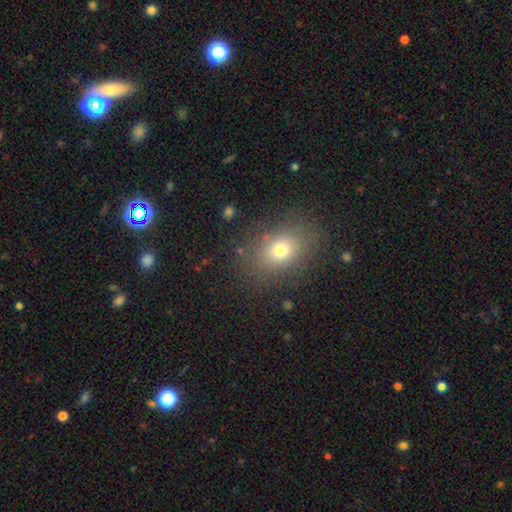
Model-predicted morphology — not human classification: Q: Smooth or featured?
A: smooth (70%); runner-up: star or artifact (19%)
Q: How rounded?
A: in between (60%); runner-up: round (38%)
Q: Merging?
A: none (87%); runner-up: minor disturbance (9%)